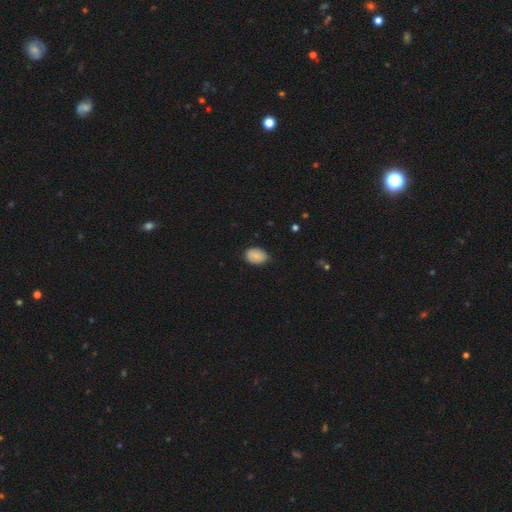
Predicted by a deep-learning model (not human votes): Morphology: type=smooth (84%); roundness=in between (79%); merging=none (74%).